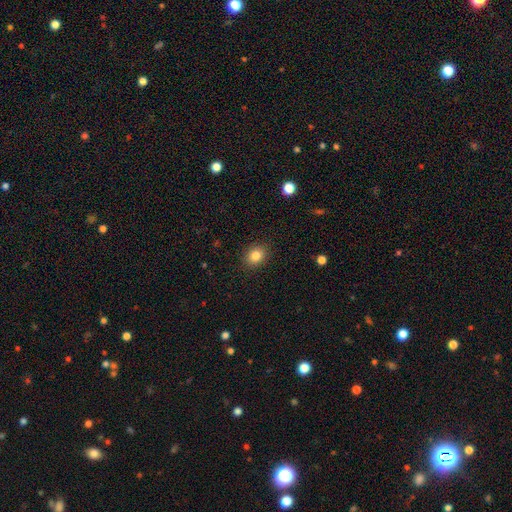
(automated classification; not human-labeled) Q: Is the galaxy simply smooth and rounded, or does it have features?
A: smooth — 83%.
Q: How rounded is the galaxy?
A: round — 52%.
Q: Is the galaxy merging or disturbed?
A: none — 89%.